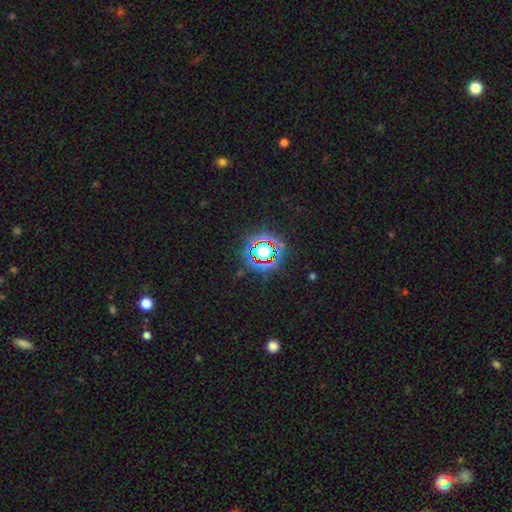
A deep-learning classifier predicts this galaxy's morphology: Q: Smooth or featured?
A: star or artifact (76%); runner-up: smooth (15%)